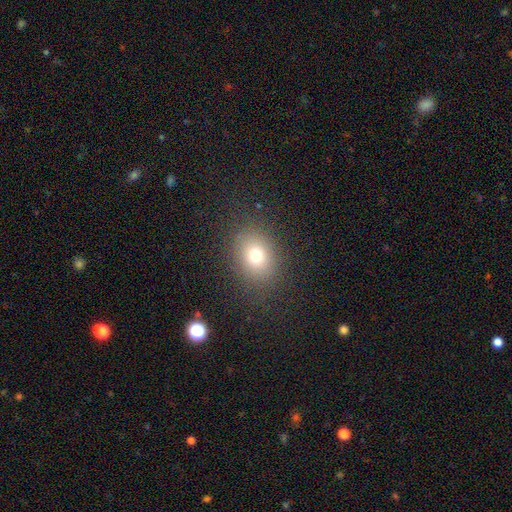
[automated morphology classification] The model was most divided on "how rounded": round: 53%, in between: 46%, cigar-shaped: 1%. More confident: merging — none (84%); smooth or featured — smooth (72%).